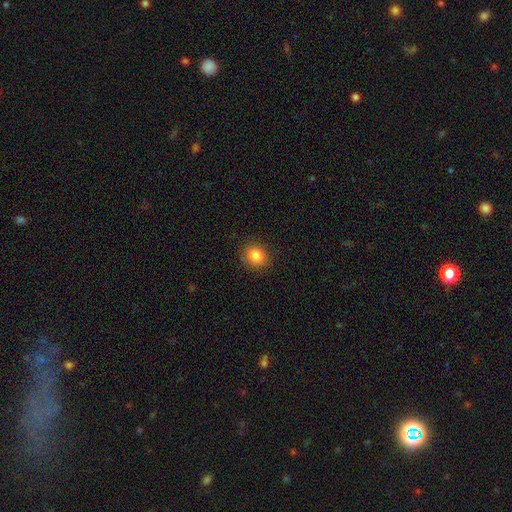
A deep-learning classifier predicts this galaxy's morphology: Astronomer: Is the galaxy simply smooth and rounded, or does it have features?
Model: smooth — 85%.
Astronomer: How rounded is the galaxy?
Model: round — 75%.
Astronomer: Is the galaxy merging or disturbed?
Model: none — 86%.